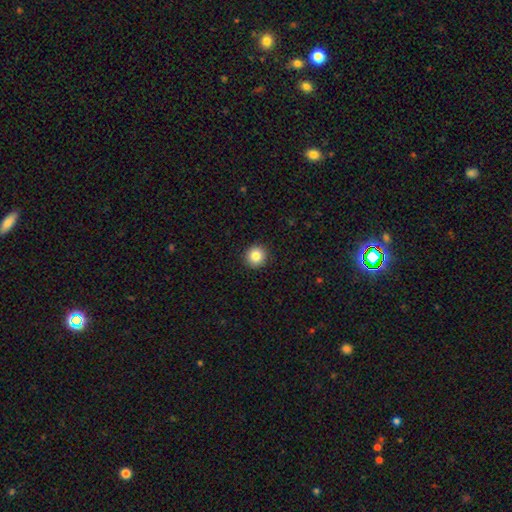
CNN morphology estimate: The model was most divided on "smooth or featured": smooth: 86%, star or artifact: 9%, featured or disk: 5%. More confident: how rounded — round (93%); merging — none (92%).